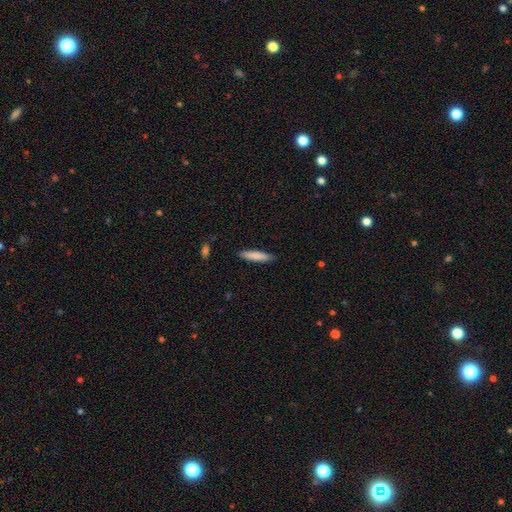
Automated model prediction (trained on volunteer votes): Overall: smooth (82%). How rounded: cigar-shaped (86%). Merging: none (88%).